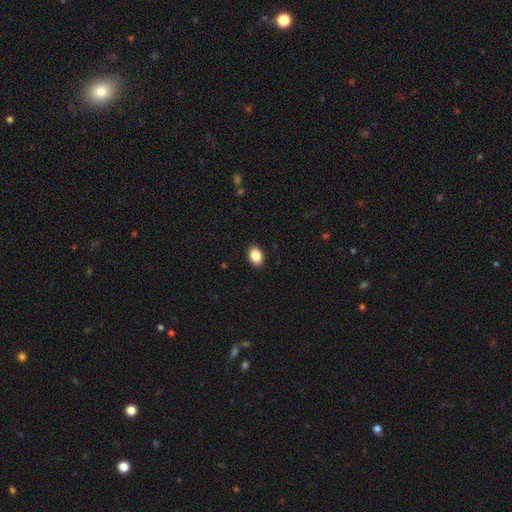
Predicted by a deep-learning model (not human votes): smooth-or-featured: smooth: 88% | star or artifact: 8% | featured or disk: 4%
  how-rounded: in between: 81% | round: 17% | cigar-shaped: 1%
  merging: none: 90% | minor disturbance: 7% | major disturbance: 2% | merger: 1%